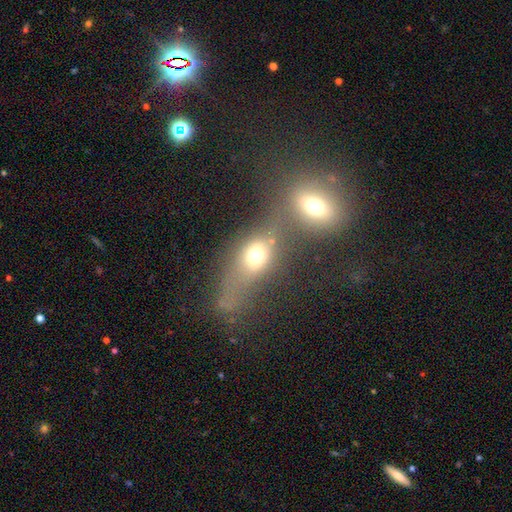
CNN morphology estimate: This is possibly a smooth galaxy (58%). How rounded: possibly in between (50%). Merging: possibly merger (56%).